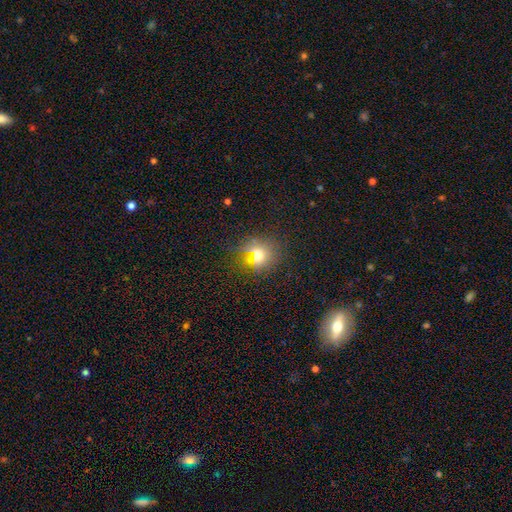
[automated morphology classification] smooth-or-featured: smooth: 66% | star or artifact: 21% | featured or disk: 13%
  how-rounded: round: 85% | in between: 14% | cigar-shaped: 2%
  merging: none: 79% | minor disturbance: 11% | merger: 6% | major disturbance: 4%